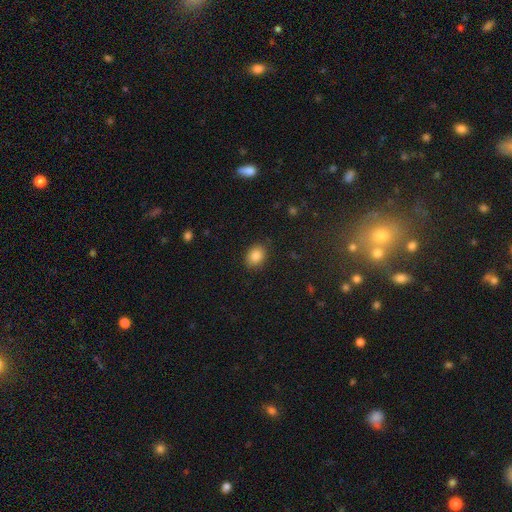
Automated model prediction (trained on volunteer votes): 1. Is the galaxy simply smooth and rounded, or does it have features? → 86% smooth, 9% star or artifact, 5% featured or disk.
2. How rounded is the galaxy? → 67% in between, 32% round, 1% cigar-shaped.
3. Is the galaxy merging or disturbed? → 85% none, 11% minor disturbance, 3% major disturbance, 1% merger.